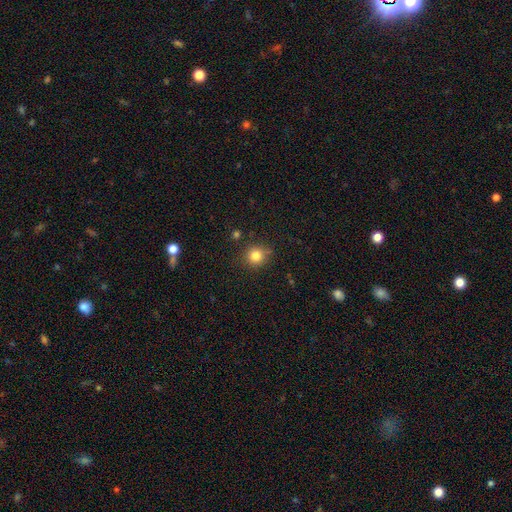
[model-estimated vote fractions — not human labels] This appears to be a smooth galaxy with no disk features (82%) that is round (89%). Merging: none (81%).